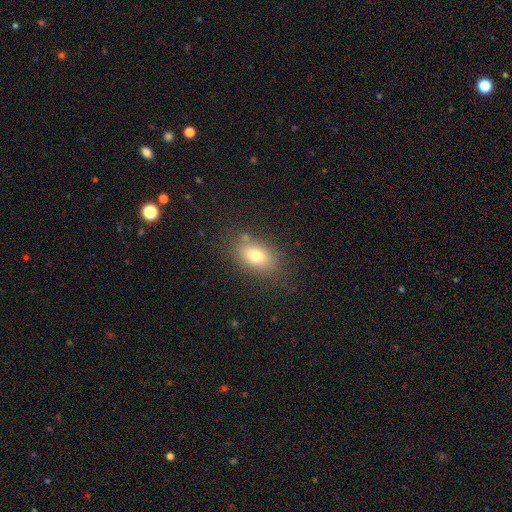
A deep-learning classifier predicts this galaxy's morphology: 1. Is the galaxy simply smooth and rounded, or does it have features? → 76% smooth, 13% featured or disk, 10% star or artifact.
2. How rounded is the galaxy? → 85% in between, 12% round, 3% cigar-shaped.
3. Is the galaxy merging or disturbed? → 77% none, 14% minor disturbance, 5% major disturbance, 4% merger.